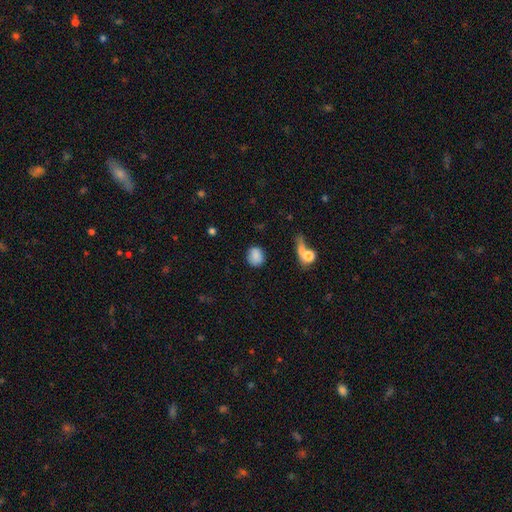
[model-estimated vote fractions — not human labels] Smooth or featured? Predicted: smooth (p=0.84). How rounded? Predicted: round (p=0.72). Merging? Predicted: none (p=0.80).